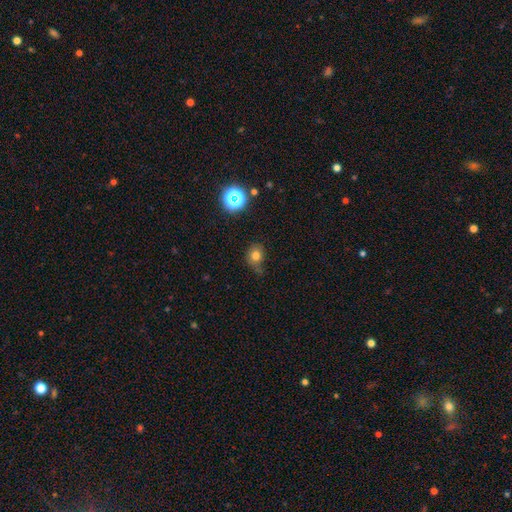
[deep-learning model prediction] Morphology: type=smooth (75%); roundness=round (66%); merging=none (55%).